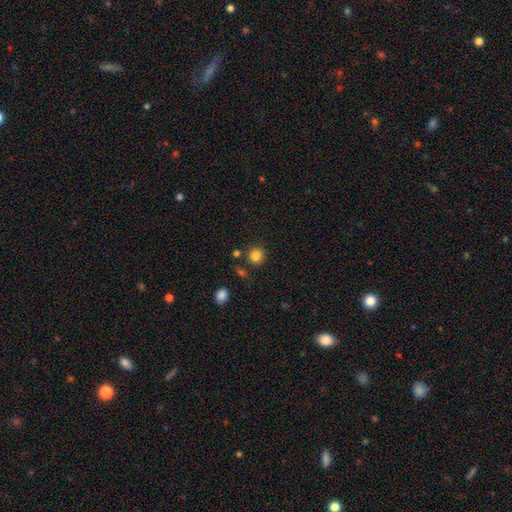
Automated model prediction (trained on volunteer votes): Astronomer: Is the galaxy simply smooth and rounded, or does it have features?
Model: smooth — 84%.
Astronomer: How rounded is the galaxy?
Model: round — 89%.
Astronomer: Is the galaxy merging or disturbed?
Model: none — 82%.